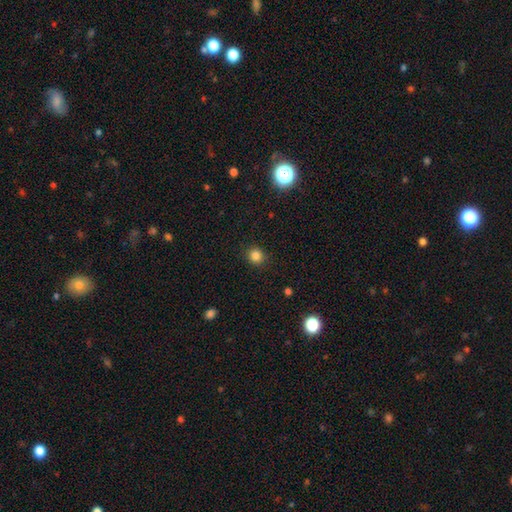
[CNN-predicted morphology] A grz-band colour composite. It shows a smooth galaxy with no disk features (83%) that is round (89%). Merging: none (90%).